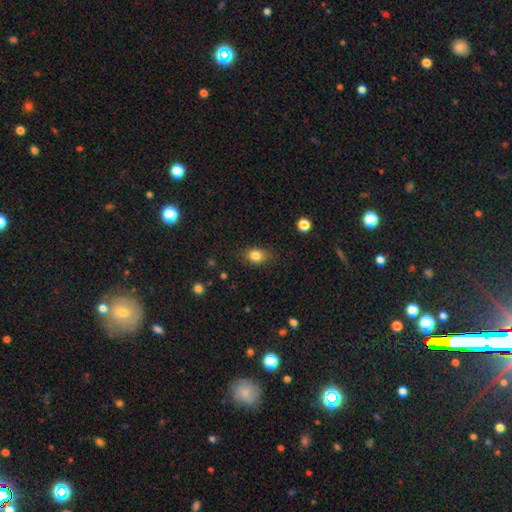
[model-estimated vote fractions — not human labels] A smooth galaxy with no disk features (81%) that is in between round and cigar-shaped (59%). Merging: none (79%).